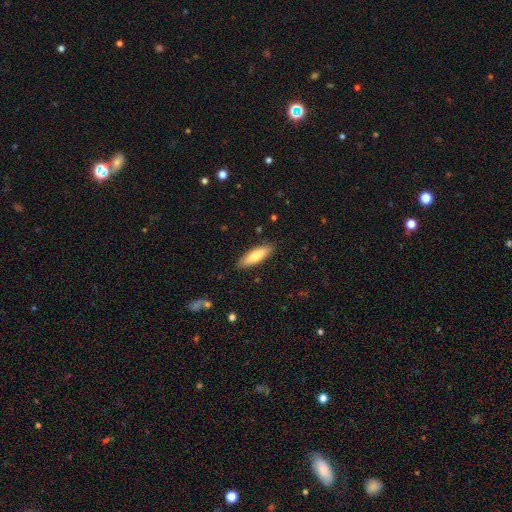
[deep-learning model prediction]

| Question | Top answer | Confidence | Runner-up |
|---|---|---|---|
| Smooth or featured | smooth | 76% | featured or disk (18%) |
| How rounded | cigar-shaped | 55% | in between (44%) |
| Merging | none | 88% | minor disturbance (9%) |